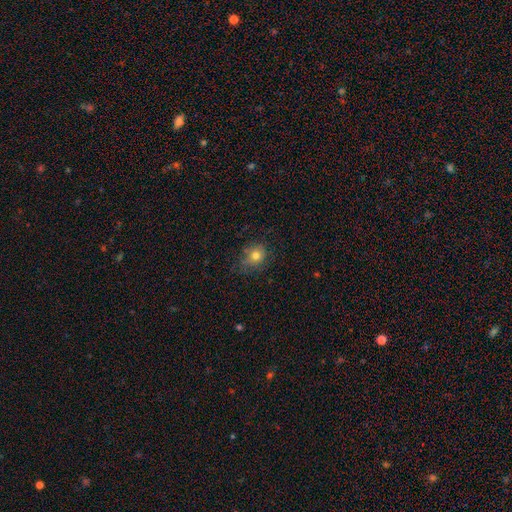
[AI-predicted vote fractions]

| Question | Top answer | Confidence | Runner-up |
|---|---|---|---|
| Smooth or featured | smooth | 75% | star or artifact (13%) |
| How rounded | round | 71% | in between (29%) |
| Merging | none | 69% | minor disturbance (22%) |